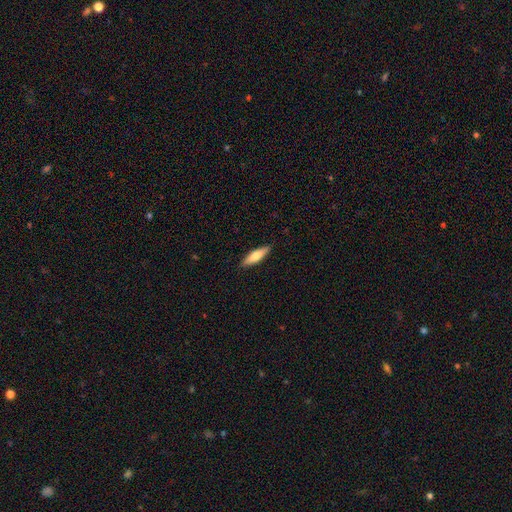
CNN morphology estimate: smooth 66%, featured or disk 29%, star or artifact 6%. Down the decision tree: how rounded — cigar-shaped (63%); merging — none (88%).